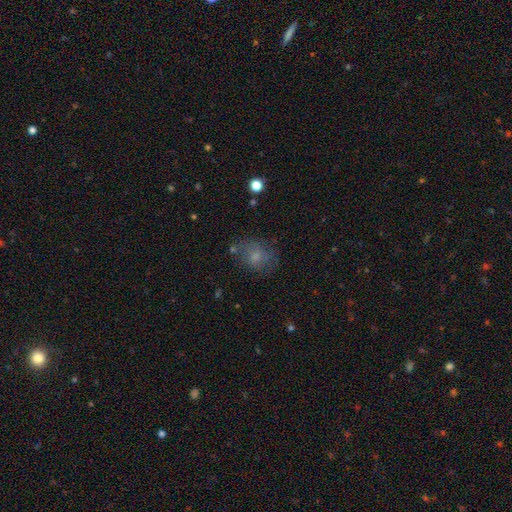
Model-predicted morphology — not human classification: type=smooth (65%); roundness=in between (53%); merging=none (61%).